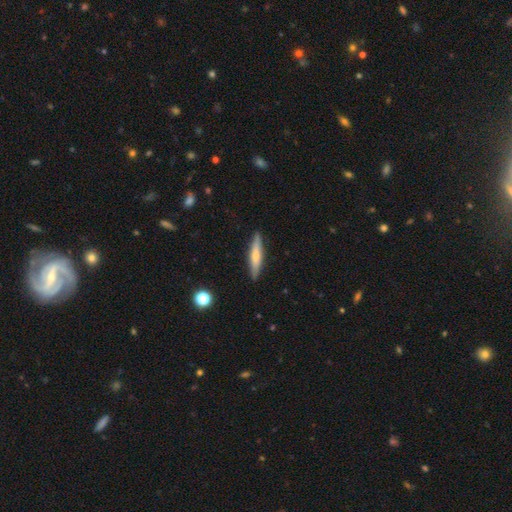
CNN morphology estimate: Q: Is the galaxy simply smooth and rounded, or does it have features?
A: smooth — 54%.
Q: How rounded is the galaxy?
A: cigar-shaped — 88%.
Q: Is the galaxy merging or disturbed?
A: none — 88%.